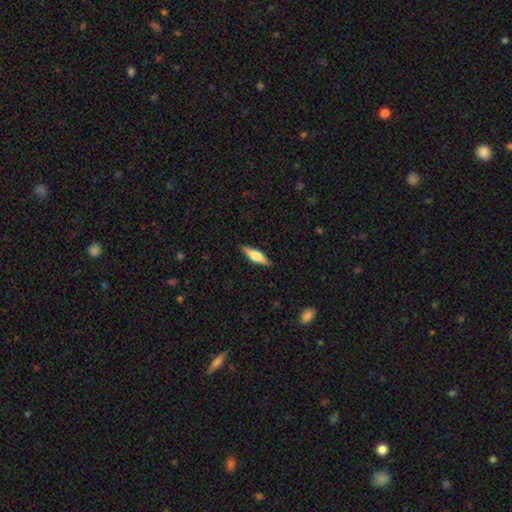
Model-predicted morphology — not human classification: Smooth or featured? smooth (48%)
Merging? none (88%)